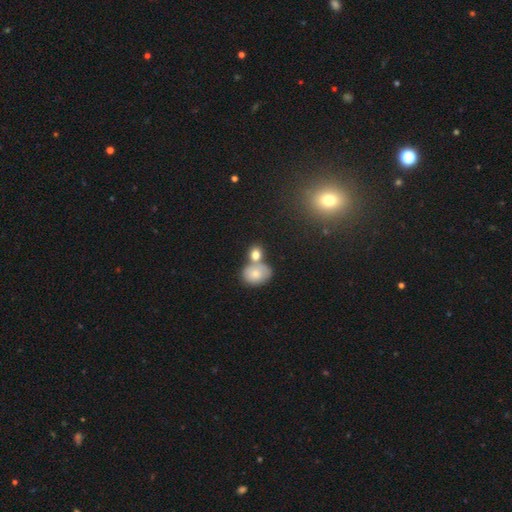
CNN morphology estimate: Smooth or featured?
  - smooth: 75% *
  - featured or disk: 13%
  - star or artifact: 11%
How rounded?
  - round: 58% *
  - in between: 40%
  - cigar-shaped: 2%
Merging?
  - none: 44% *
  - merger: 43%
  - minor disturbance: 10%
  - major disturbance: 4%